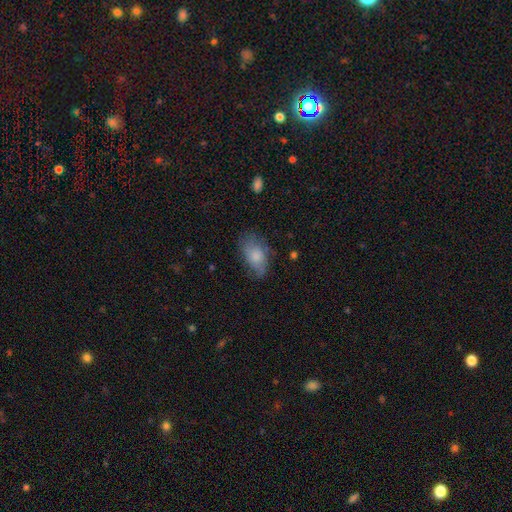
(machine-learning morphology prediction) A smooth galaxy with no disk features (72%) that is in between round and cigar-shaped (91%).

Vote fractions:
- Smooth or featured? smooth: 72% / featured or disk: 21% / star or artifact: 7%
- How rounded? in between: 91% / round: 7% / cigar-shaped: 2%
- Merging? none: 58% / minor disturbance: 28% / major disturbance: 12% / merger: 2%